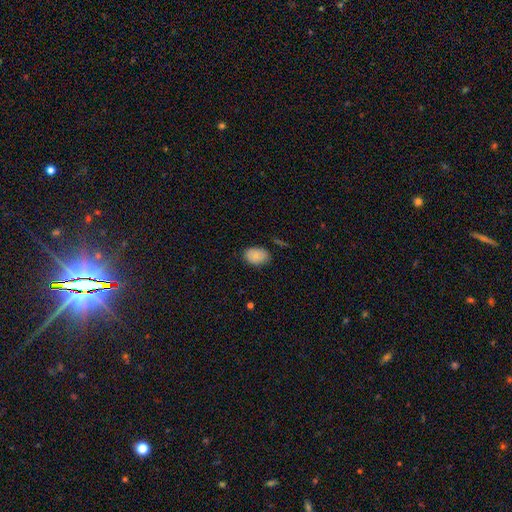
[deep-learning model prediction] Smooth or featured?
  - smooth: 86% *
  - star or artifact: 8%
  - featured or disk: 6%
How rounded?
  - in between: 83% *
  - round: 16%
  - cigar-shaped: 1%
Merging?
  - none: 79% *
  - minor disturbance: 17%
  - major disturbance: 3%
  - merger: 2%